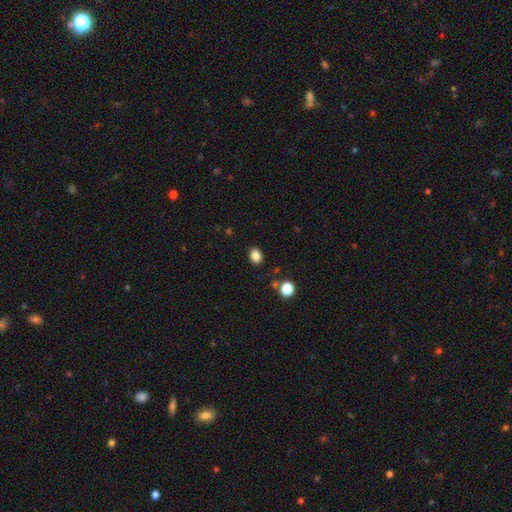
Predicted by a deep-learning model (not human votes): Morphology: type=smooth (85%); roundness=in between (58%); merging=none (87%).